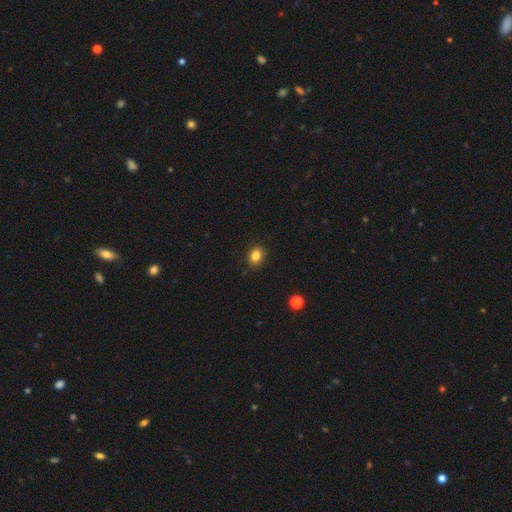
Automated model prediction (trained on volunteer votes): A smooth galaxy with no disk features (83%) that is in between round and cigar-shaped (54%).

Vote fractions:
- Smooth or featured? smooth: 83% / star or artifact: 11% / featured or disk: 6%
- How rounded? in between: 54% / round: 45% / cigar-shaped: 1%
- Merging? none: 88% / minor disturbance: 9% / major disturbance: 2% / merger: 1%